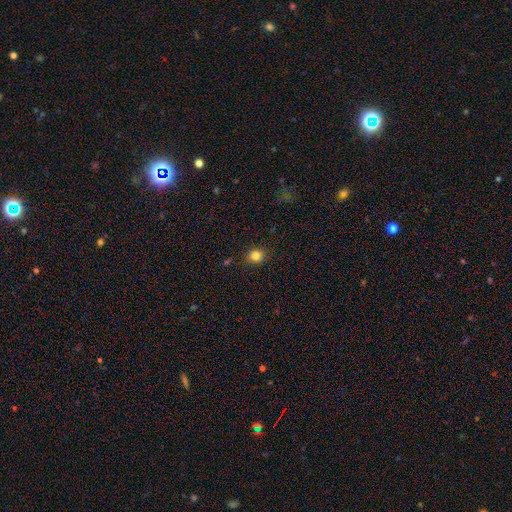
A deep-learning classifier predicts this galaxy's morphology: A smooth galaxy with no disk features (83%) that is round (83%).

Vote fractions:
- Smooth or featured? smooth: 83% / star or artifact: 12% / featured or disk: 5%
- How rounded? round: 83% / in between: 16% / cigar-shaped: 1%
- Merging? none: 89% / minor disturbance: 7% / major disturbance: 2% / merger: 1%